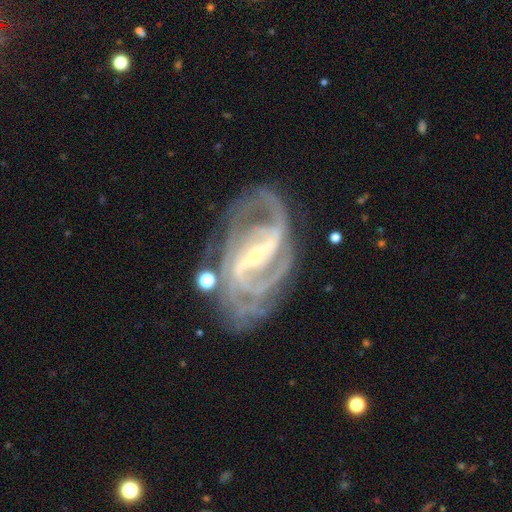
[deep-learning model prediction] This appears to be a featured or disk galaxy (91%) with a strong bar (73%), 2 (39%) medium (46%) spiral arms (98%) and a small central bulge (69%). Merging: none (64%).